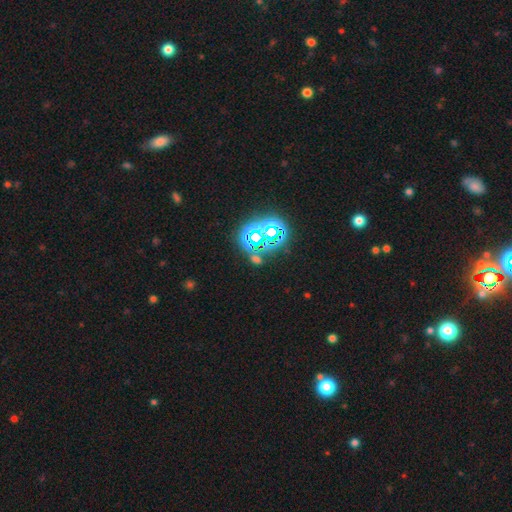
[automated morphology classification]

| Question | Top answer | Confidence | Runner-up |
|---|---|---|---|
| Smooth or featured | star or artifact | 71% | smooth (17%) |